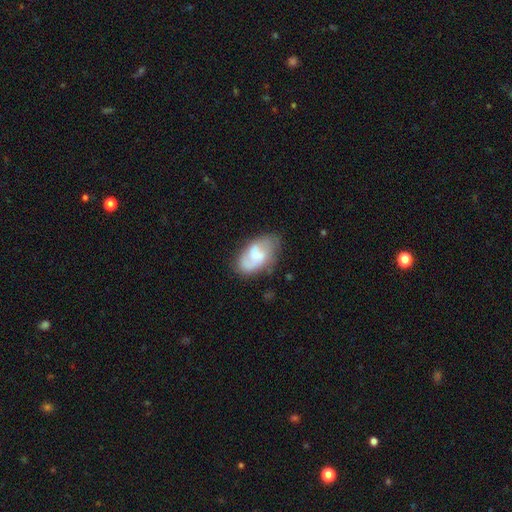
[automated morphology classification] A featured or disk galaxy (58%) with a weak bar (46%), spiral arms (81%) and a small central bulge (34%).

Vote fractions:
- Smooth or featured? featured or disk: 58% / smooth: 35% / star or artifact: 7%
- Edge-on disk? no: 96% / yes: 4%
- Bar? weak: 46% / no: 44% / strong: 11%
- Spiral arms? yes: 81% / no: 19%
- Bulge size? small: 34% / moderate: 33% / none: 22% / large: 10% / dominant: 2%
- Merging? none: 57% / minor disturbance: 26% / major disturbance: 13% / merger: 4%